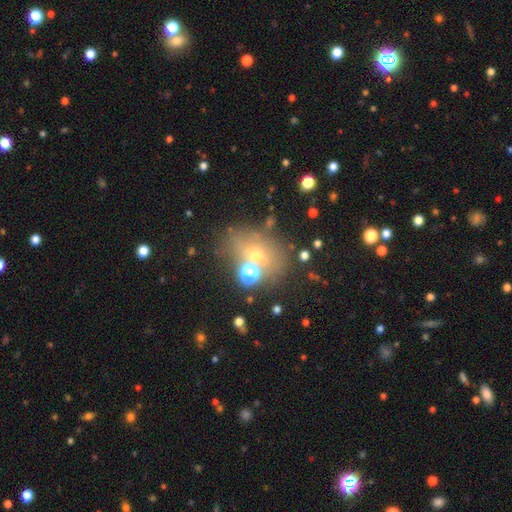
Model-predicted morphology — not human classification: This appears to be a smooth galaxy with no disk features (52%) that is in between round and cigar-shaped (60%). Merging: none (59%).